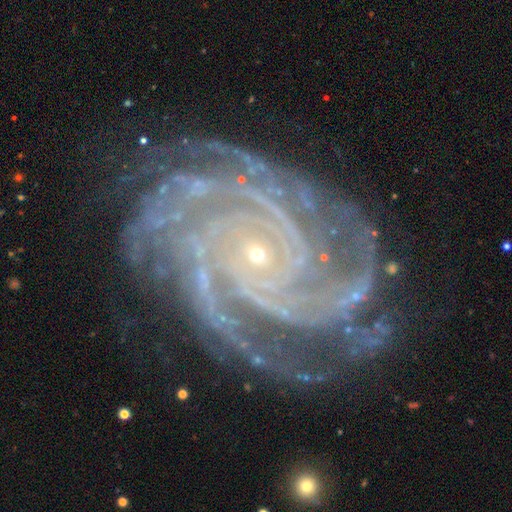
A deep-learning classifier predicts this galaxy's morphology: smooth_or_featured: featured or disk (p=0.92) [alt: star or artifact p=0.05]
disk_edge_on: no (p=0.98) [alt: yes p=0.02]
bar: no (p=0.71) [alt: weak p=0.19]
has_spiral_arms: yes (p=0.99) [alt: no p=0.01]
spiral_winding: tight (p=0.80) [alt: medium p=0.18]
spiral_arm_count: more than 4 (p=0.28) [alt: 4 p=0.25]
bulge_size: small (p=0.89) [alt: moderate p=0.07]
merging: none (p=0.78) [alt: minor disturbance p=0.15]